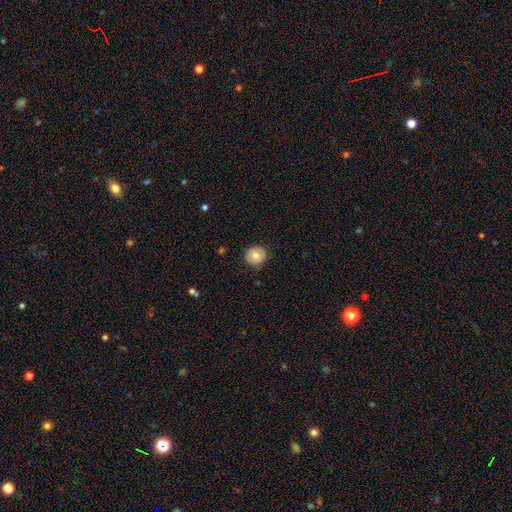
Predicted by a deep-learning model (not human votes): A smooth galaxy with no disk features (73%) that is round (89%). Merging: none (87%).